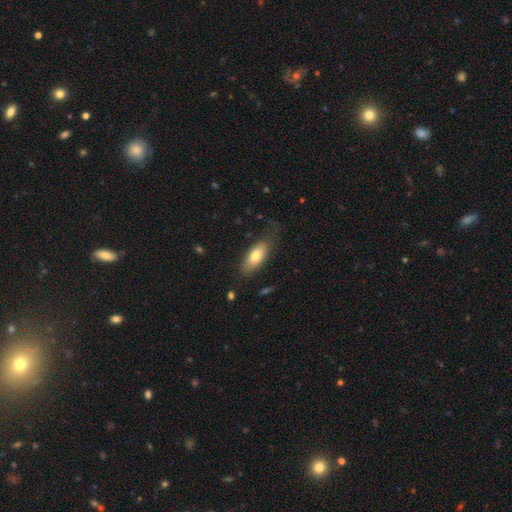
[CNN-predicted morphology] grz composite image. It shows a smooth galaxy with no disk features (73%) that is in between round and cigar-shaped (83%). Merging: none (65%).